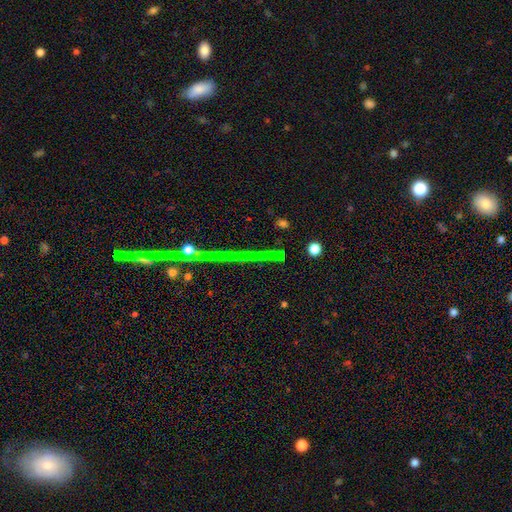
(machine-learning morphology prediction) This appears to be a star or artifact, not a galaxy (68%).